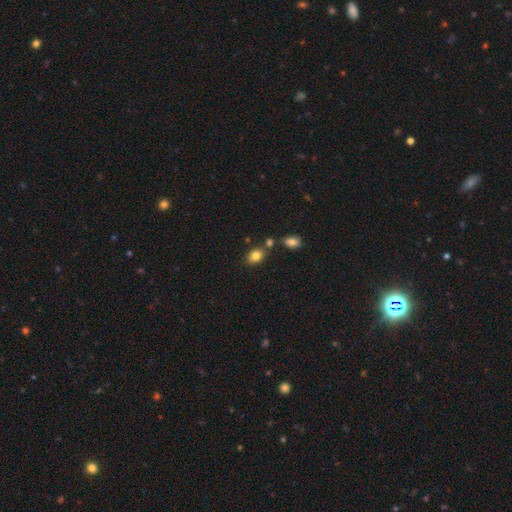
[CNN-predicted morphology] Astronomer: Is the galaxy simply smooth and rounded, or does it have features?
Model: smooth — 82%.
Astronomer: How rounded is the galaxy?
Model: in between — 68%.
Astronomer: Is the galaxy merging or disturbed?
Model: none — 69%.